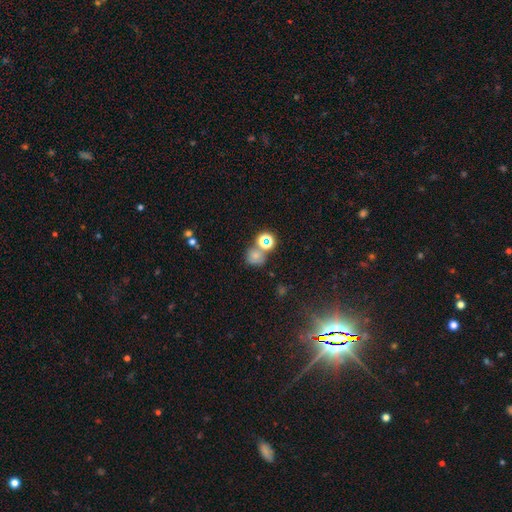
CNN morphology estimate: This appears to be a smooth galaxy with no disk features (58%) that is round (76%). Merging: none (55%).